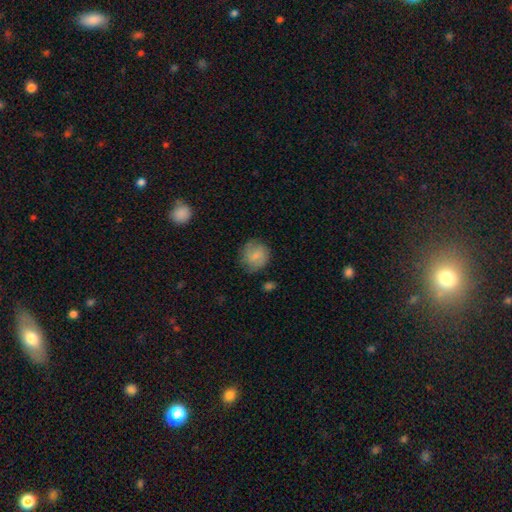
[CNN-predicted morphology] Smooth or featured? smooth (76%)
How rounded? round (84%)
Merging? none (75%)